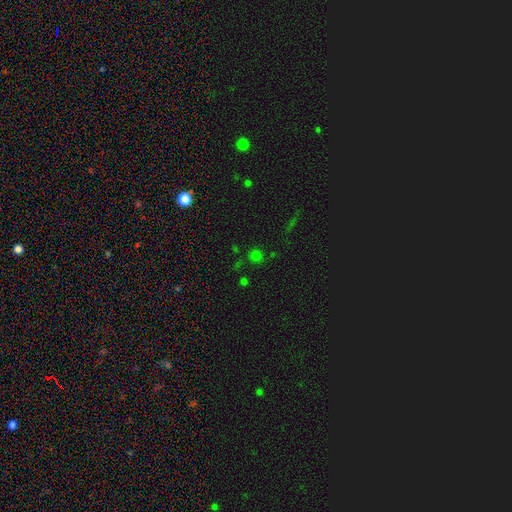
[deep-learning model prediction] A smooth galaxy with no disk features (61%) that is round (92%).

Vote fractions:
- Smooth or featured? smooth: 61% / star or artifact: 33% / featured or disk: 5%
- How rounded? round: 92% / in between: 7% / cigar-shaped: 1%
- Merging? none: 80% / minor disturbance: 9% / merger: 6% / major disturbance: 4%